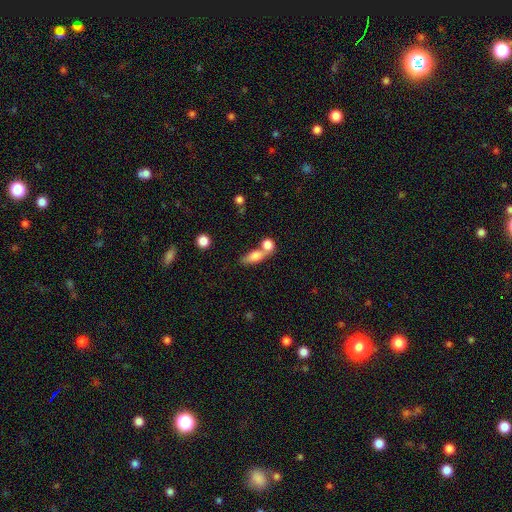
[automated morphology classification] A smooth galaxy with no disk features (75%) that is in between round and cigar-shaped (64%).

Vote fractions:
- Smooth or featured? smooth: 75% / featured or disk: 17% / star or artifact: 9%
- How rounded? in between: 64% / cigar-shaped: 22% / round: 14%
- Merging? merger: 50% / none: 35% / minor disturbance: 10% / major disturbance: 6%